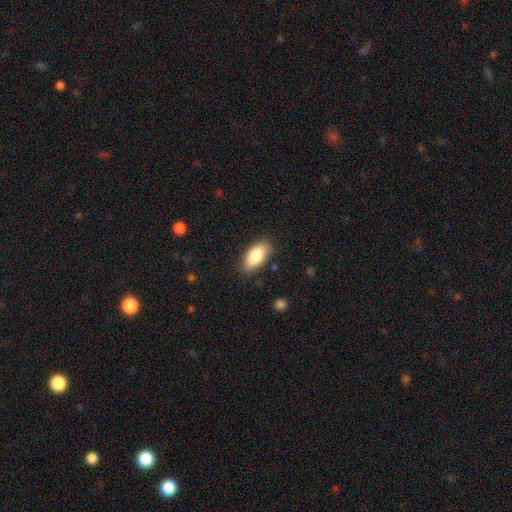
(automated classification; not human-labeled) A smooth galaxy with no disk features (83%) that is in between round and cigar-shaped (91%). Merging: none (84%).